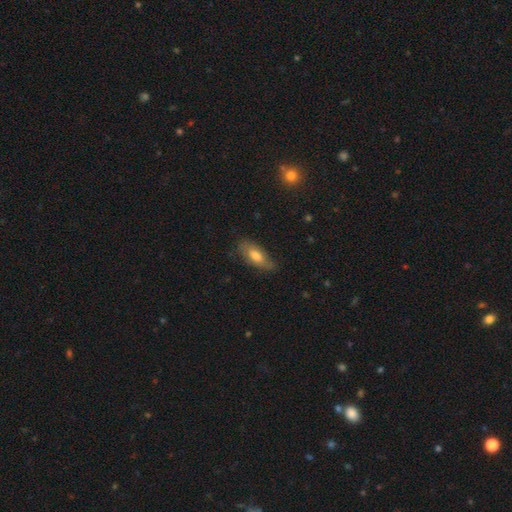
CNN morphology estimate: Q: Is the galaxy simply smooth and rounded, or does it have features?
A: smooth — 63%.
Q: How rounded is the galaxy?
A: in between — 77%.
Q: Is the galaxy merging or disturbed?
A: none — 71%.